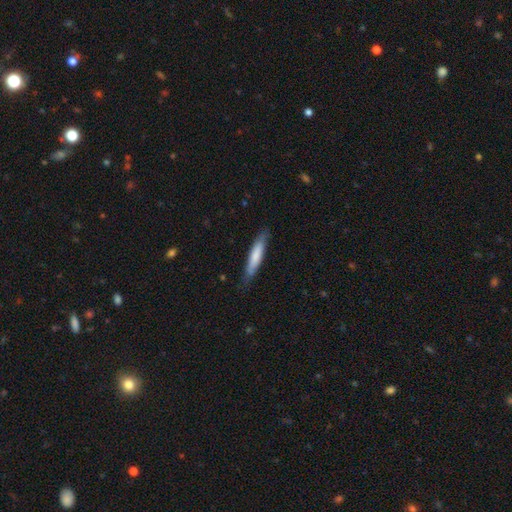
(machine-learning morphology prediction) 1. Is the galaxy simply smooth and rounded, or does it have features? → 73% smooth, 22% featured or disk, 5% star or artifact.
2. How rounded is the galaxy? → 85% cigar-shaped, 13% in between, 1% round.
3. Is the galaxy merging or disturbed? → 79% none, 17% minor disturbance, 3% major disturbance, 1% merger.